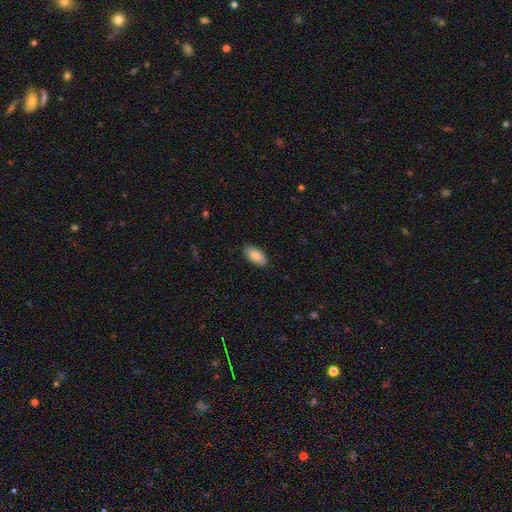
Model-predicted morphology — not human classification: This appears to be a smooth galaxy with no disk features (87%) that is in between round and cigar-shaped (93%). Merging: none (85%).